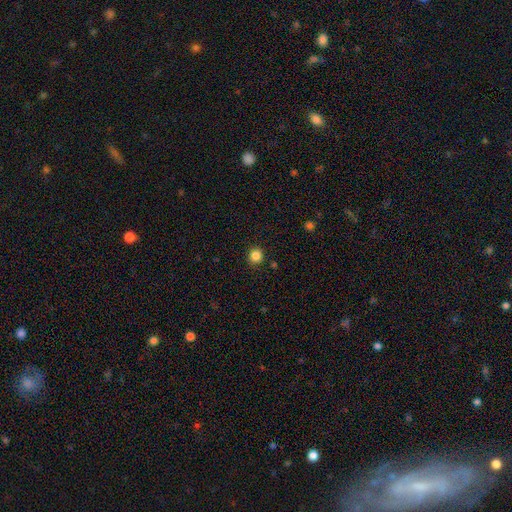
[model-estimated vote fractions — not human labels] Q: Smooth or featured?
A: smooth (85%); runner-up: star or artifact (11%)
Q: How rounded?
A: round (91%); runner-up: in between (8%)
Q: Merging?
A: none (91%); runner-up: minor disturbance (6%)